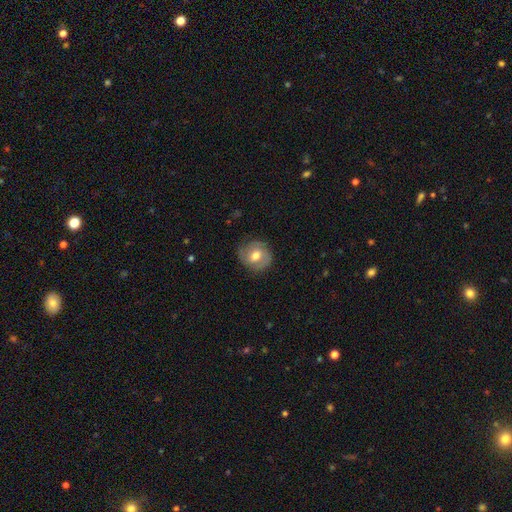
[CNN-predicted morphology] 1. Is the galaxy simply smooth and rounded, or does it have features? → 54% smooth, 39% featured or disk, 8% star or artifact.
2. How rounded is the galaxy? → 81% round, 18% in between, 1% cigar-shaped.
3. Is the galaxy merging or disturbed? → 76% none, 17% minor disturbance, 5% major disturbance, 1% merger.